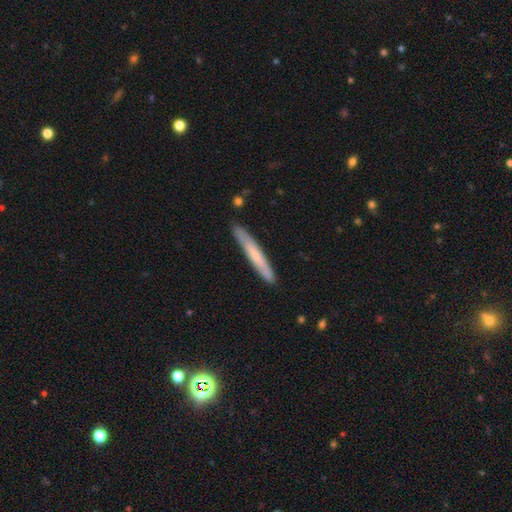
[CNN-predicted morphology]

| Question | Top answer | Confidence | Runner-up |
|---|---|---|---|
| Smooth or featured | smooth | 57% | featured or disk (38%) |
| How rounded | cigar-shaped | 96% | in between (3%) |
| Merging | none | 87% | minor disturbance (10%) |